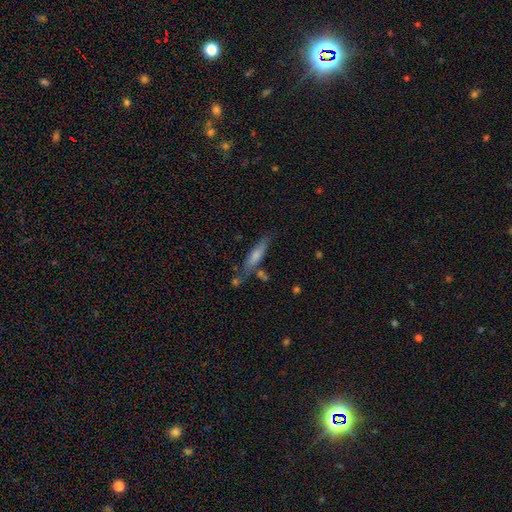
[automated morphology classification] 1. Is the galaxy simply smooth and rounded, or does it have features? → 65% smooth, 28% featured or disk, 7% star or artifact.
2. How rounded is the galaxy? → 77% cigar-shaped, 22% in between, 2% round.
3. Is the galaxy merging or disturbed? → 59% none, 19% minor disturbance, 14% merger, 7% major disturbance.